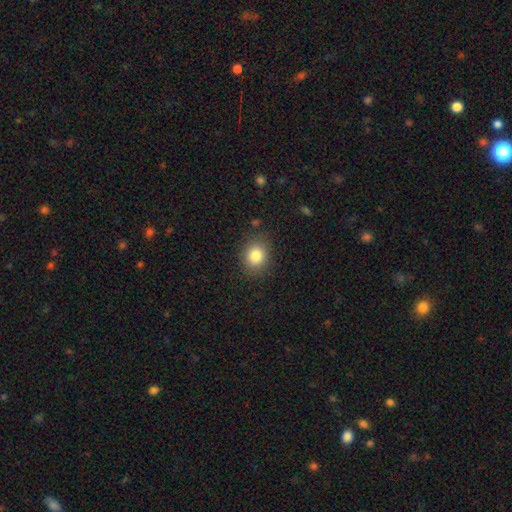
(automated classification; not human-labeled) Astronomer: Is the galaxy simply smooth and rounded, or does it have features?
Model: smooth — 83%.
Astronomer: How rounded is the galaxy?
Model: round — 68%.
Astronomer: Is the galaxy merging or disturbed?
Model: none — 86%.